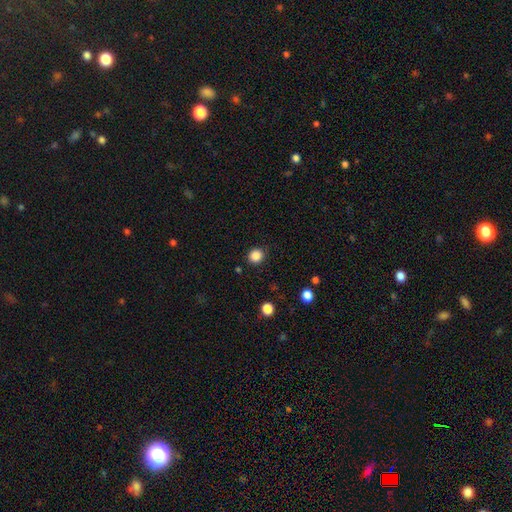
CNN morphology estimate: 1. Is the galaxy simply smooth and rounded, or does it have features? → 86% smooth, 11% star or artifact, 3% featured or disk.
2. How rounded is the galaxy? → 88% round, 11% in between, 1% cigar-shaped.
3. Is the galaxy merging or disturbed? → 90% none, 7% minor disturbance, 2% major disturbance, 1% merger.